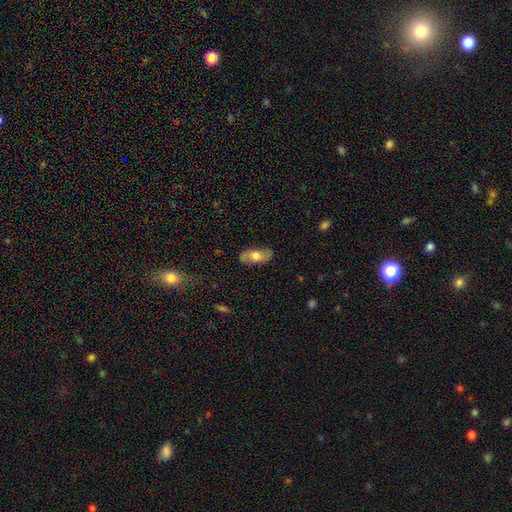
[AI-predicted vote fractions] A smooth galaxy with no disk features (57%) that is in between round and cigar-shaped (86%).

Vote fractions:
- Smooth or featured? smooth: 57% / featured or disk: 36% / star or artifact: 7%
- How rounded? in between: 86% / cigar-shaped: 11% / round: 4%
- Merging? none: 81% / minor disturbance: 14% / major disturbance: 3% / merger: 1%